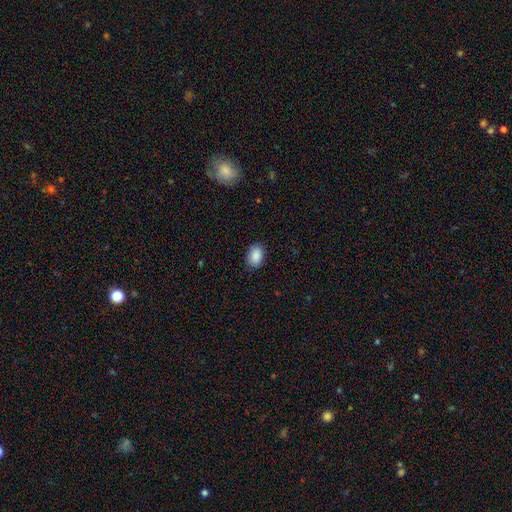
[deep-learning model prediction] The model was most divided on "how rounded": in between: 77%, round: 22%, cigar-shaped: 1%. More confident: smooth or featured — smooth (89%); merging — none (86%).